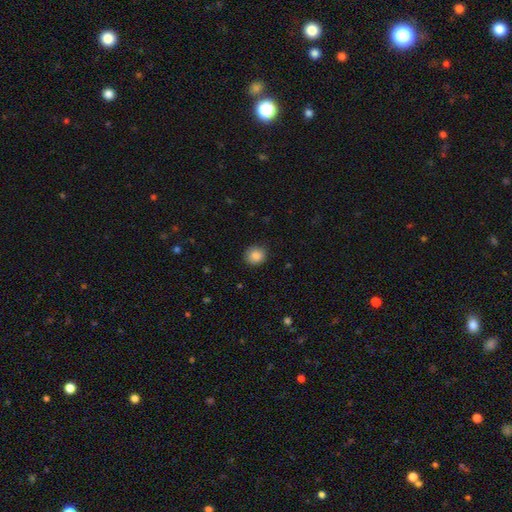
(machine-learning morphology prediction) type=smooth (87%); roundness=round (81%); merging=none (86%).